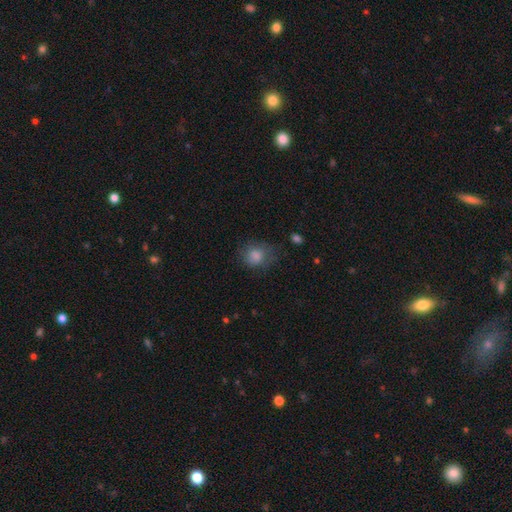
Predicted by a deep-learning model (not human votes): smooth-or-featured: smooth: 81% | featured or disk: 10% | star or artifact: 9%
  how-rounded: round: 68% | in between: 31% | cigar-shaped: 1%
  merging: none: 62% | minor disturbance: 24% | major disturbance: 12% | merger: 2%